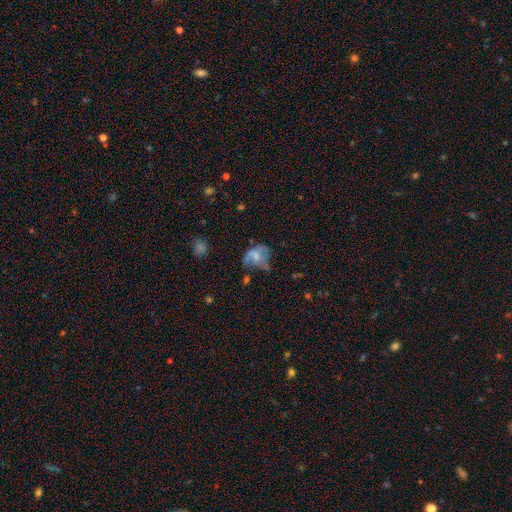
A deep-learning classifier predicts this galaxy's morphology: A smooth galaxy with no disk features (49%).

Vote fractions:
- Smooth or featured? smooth: 49% / featured or disk: 38% / star or artifact: 13%
- Merging? major disturbance: 35% / none: 28% / minor disturbance: 26% / merger: 11%